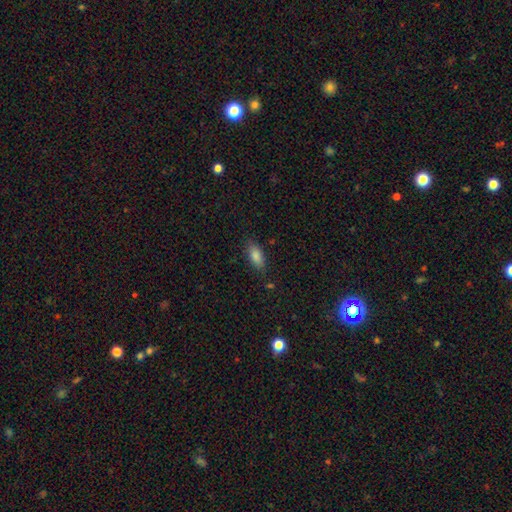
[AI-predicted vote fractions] A smooth galaxy with no disk features (84%) that is in between round and cigar-shaped (86%). Merging: none (81%).